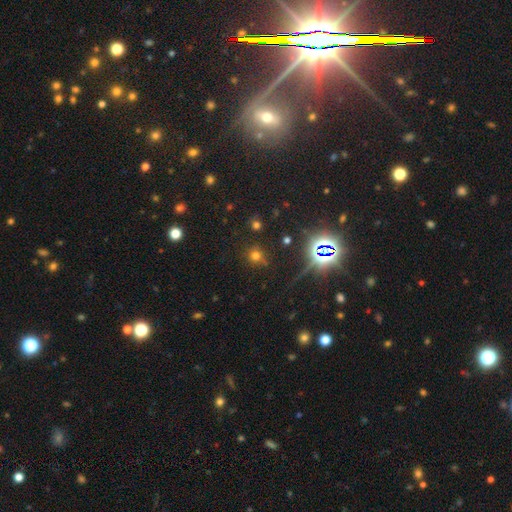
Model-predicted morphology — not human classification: smooth-or-featured: smooth: 59% | star or artifact: 33% | featured or disk: 9%
  how-rounded: round: 87% | in between: 11% | cigar-shaped: 2%
  merging: none: 76% | minor disturbance: 13% | major disturbance: 6% | merger: 5%